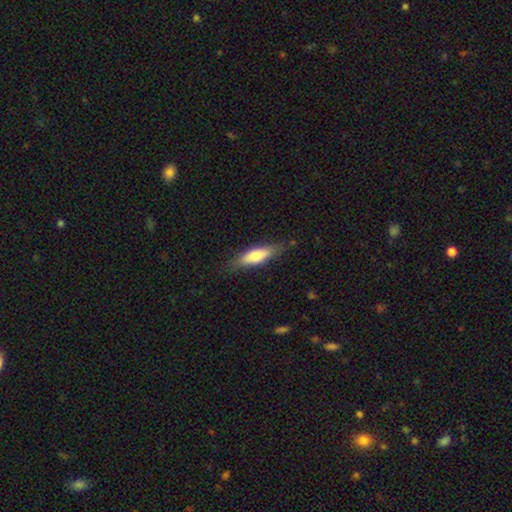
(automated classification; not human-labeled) Smooth or featured? smooth (70%)
How rounded? cigar-shaped (52%)
Merging? none (79%)